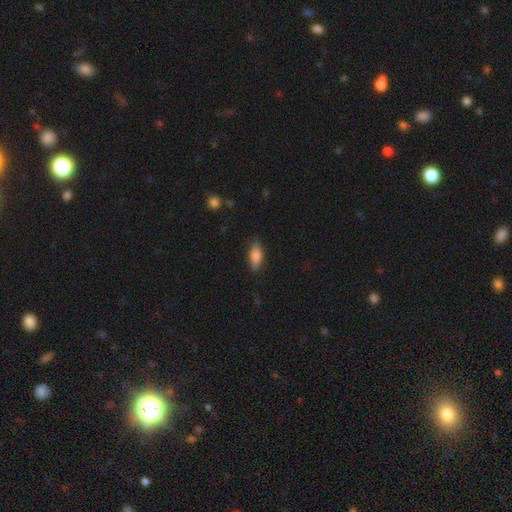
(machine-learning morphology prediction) Smooth or featured? smooth (77%)
How rounded? in between (78%)
Merging? none (82%)